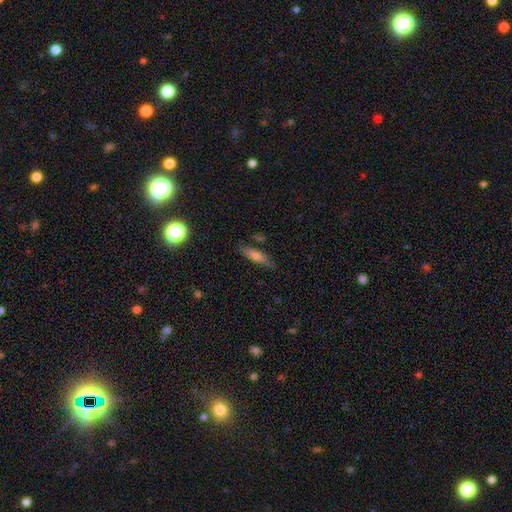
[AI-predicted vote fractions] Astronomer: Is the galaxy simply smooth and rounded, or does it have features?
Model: smooth — 65%.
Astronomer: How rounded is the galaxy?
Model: cigar-shaped — 72%.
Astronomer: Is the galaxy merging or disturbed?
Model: none — 79%.